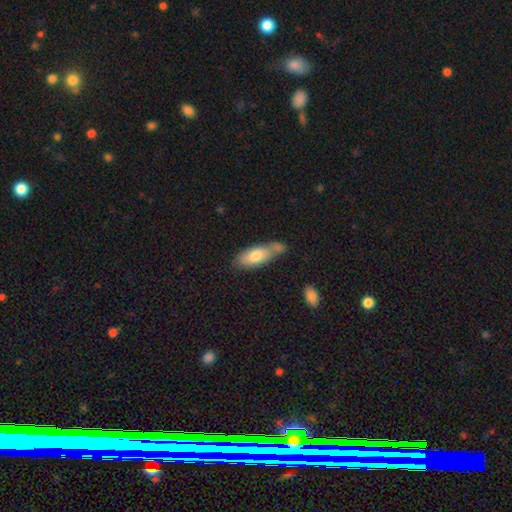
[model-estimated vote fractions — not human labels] Smooth or featured: smooth — 73% (featured or disk — 21%)
How rounded: in between — 69% (cigar-shaped — 28%)
Merging: none — 46% (merger — 25%)